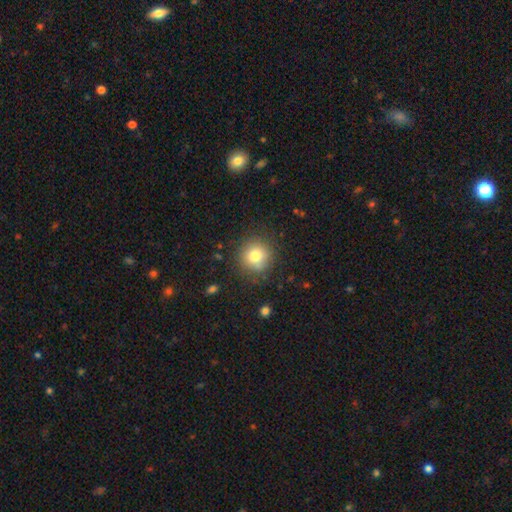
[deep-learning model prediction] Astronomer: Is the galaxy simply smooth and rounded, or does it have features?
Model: smooth — 78%.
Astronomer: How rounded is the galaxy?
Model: round — 93%.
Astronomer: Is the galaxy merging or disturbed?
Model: none — 85%.